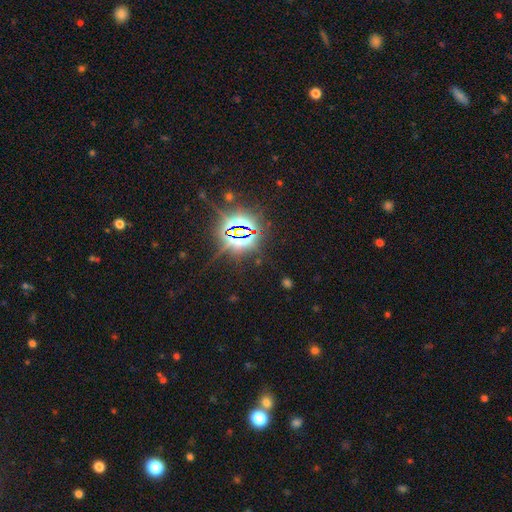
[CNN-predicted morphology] star or artifact 83%, smooth 10%, featured or disk 7%.